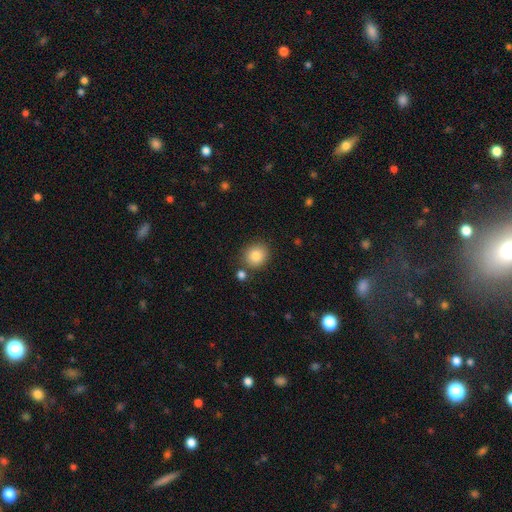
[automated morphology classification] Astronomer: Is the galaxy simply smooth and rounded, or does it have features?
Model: smooth — 84%.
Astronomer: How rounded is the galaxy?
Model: round — 82%.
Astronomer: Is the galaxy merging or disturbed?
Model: none — 81%.